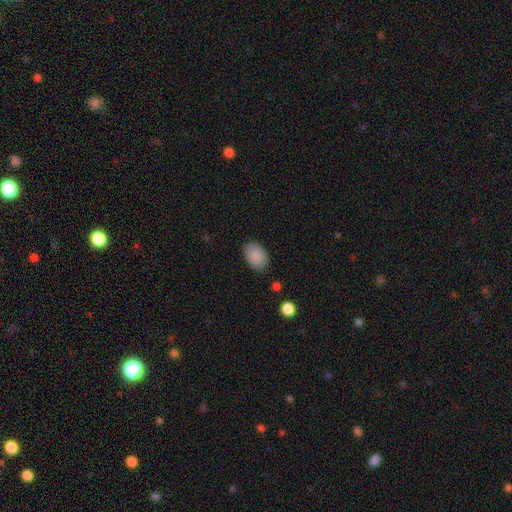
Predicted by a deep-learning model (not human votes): A smooth galaxy with no disk features (88%) that is in between round and cigar-shaped (87%). Merging: none (84%).